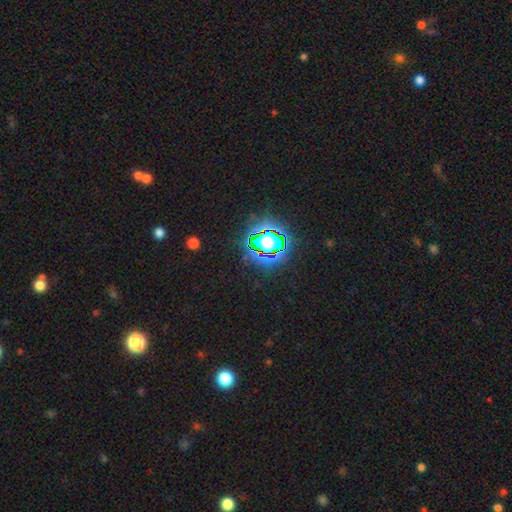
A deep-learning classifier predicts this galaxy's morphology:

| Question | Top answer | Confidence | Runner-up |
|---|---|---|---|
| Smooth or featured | star or artifact | 84% | smooth (10%) |